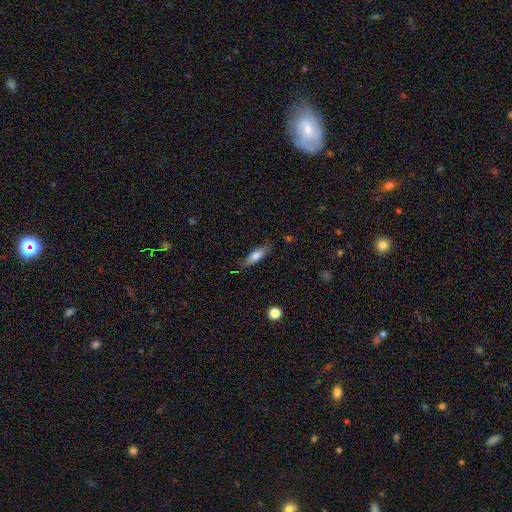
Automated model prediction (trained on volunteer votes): Smooth or featured? Predicted: smooth (p=0.70). How rounded? Predicted: cigar-shaped (p=0.54). Merging? Predicted: none (p=0.79).